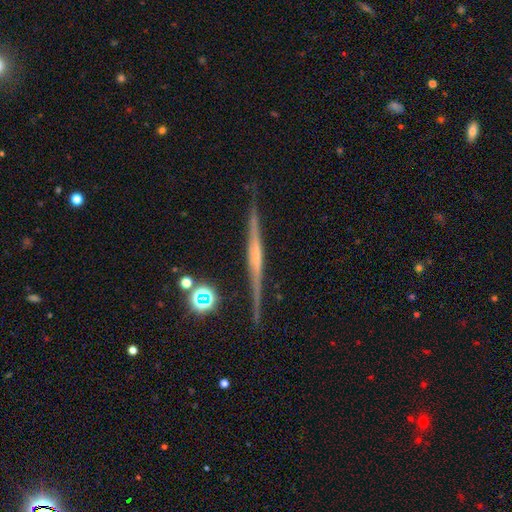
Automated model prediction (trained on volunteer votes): A featured or disk galaxy (76%) viewed edge-on (97%) with no central bulge (52%). Merging: none (87%).